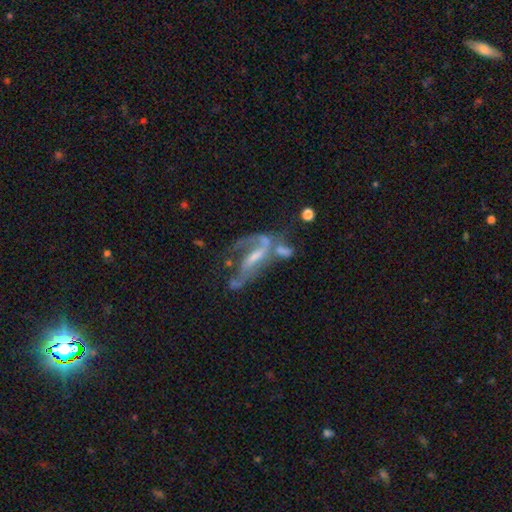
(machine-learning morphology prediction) The model was most divided on "merging": merger: 29%, major disturbance: 28%, none: 27%, minor disturbance: 15%. Remaining: edge-on disk — no (88%); spiral arms — yes (77%); smooth or featured — featured or disk (77%); spiral arm count — 2 (61%); spiral winding — loose (48%); bulge size — small (40%); bar — strong (37%).